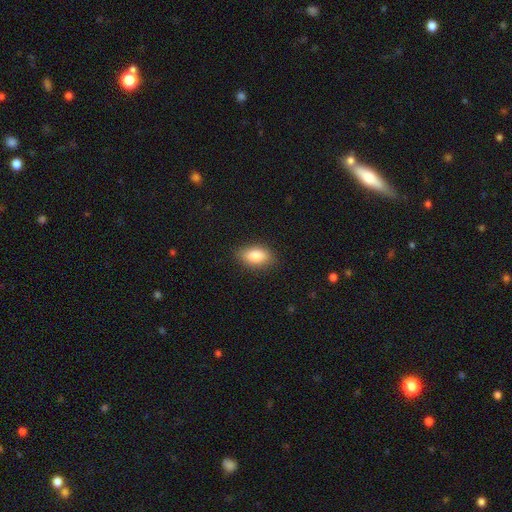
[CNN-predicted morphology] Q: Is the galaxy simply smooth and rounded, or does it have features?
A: smooth — 84%.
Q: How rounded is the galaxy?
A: in between — 88%.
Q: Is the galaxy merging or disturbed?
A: none — 85%.